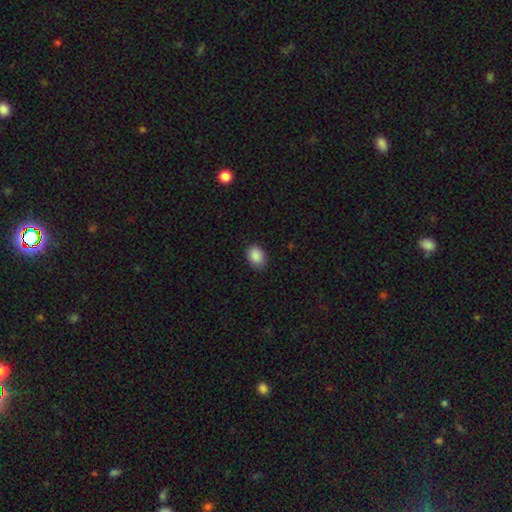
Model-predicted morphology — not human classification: The model was most divided on "how rounded": in between: 71%, round: 28%, cigar-shaped: 1%. More confident: smooth or featured — smooth (89%); merging — none (83%).